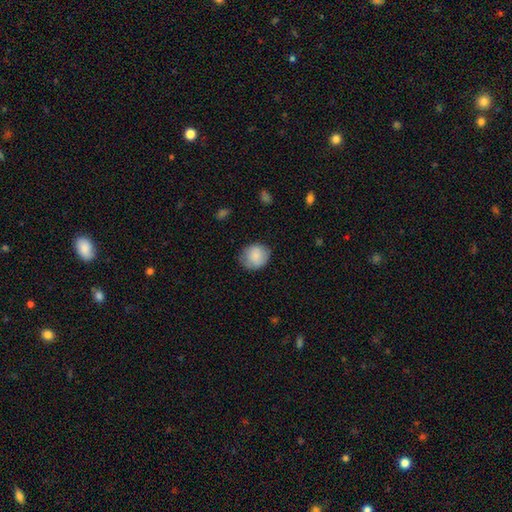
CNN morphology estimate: A smooth galaxy with no disk features (85%) that is round (77%). Merging: none (75%).